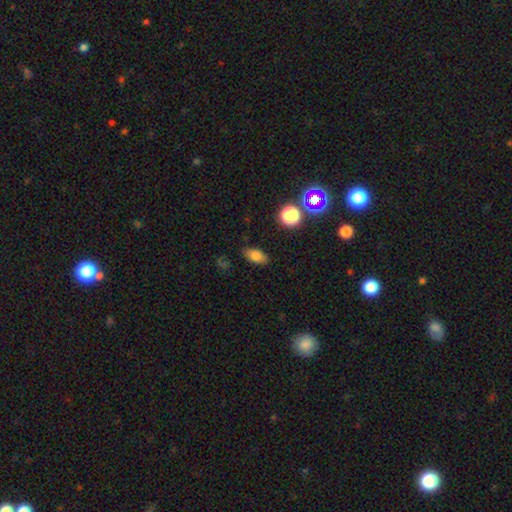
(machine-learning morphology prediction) Q: Smooth or featured?
A: smooth (79%); runner-up: star or artifact (12%)
Q: How rounded?
A: in between (87%); runner-up: round (8%)
Q: Merging?
A: none (84%); runner-up: minor disturbance (11%)